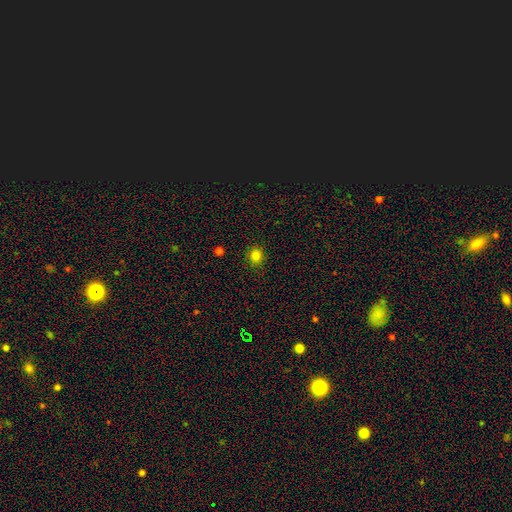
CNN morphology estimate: Smooth or featured? Predicted: smooth (p=0.82). How rounded? Predicted: round (p=0.82). Merging? Predicted: none (p=0.90).